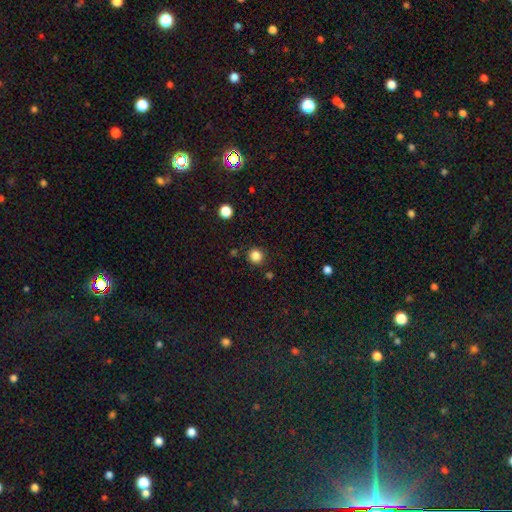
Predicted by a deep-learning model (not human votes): smooth 84%, star or artifact 12%, featured or disk 3%. Down the decision tree: how rounded — round (92%); merging — none (88%).